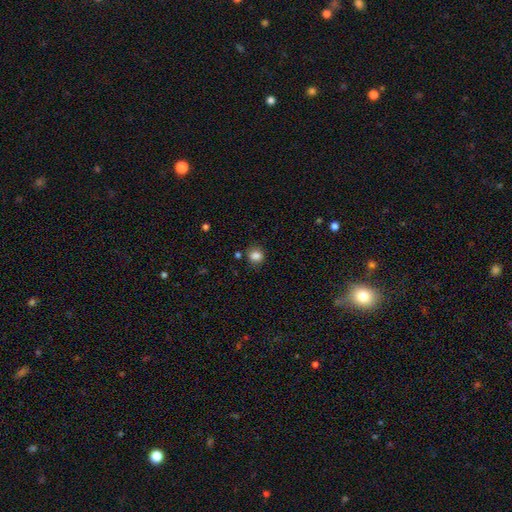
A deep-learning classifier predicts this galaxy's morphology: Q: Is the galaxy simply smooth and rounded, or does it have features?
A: smooth — 84%.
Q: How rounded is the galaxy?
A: round — 77%.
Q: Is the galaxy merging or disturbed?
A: none — 82%.